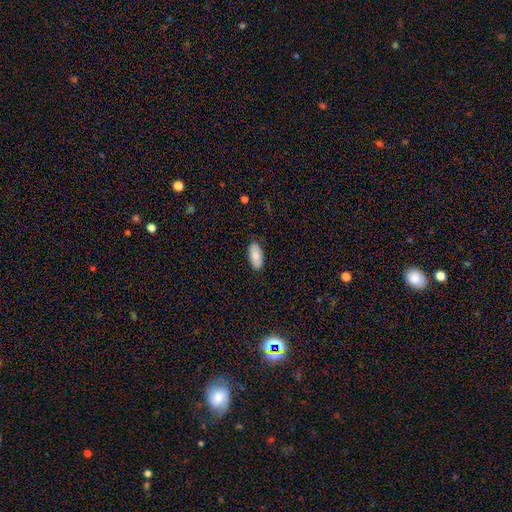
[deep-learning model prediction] A smooth galaxy with no disk features (80%) that is in between round and cigar-shaped (93%). Merging: none (86%).